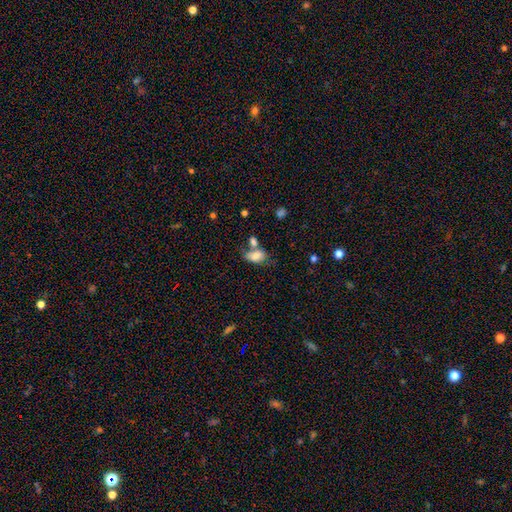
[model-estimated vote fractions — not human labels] Smooth or featured? Predicted: smooth (p=0.76). How rounded? Predicted: in between (p=0.90). Merging? Predicted: none (p=0.37).